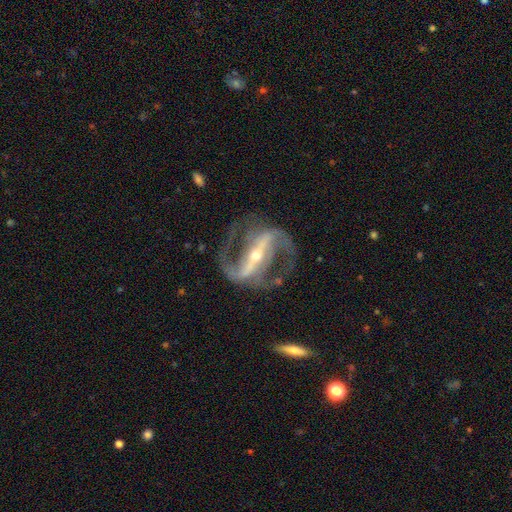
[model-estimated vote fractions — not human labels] Smooth or featured? featured or disk (93%)
Edge-on disk? no (94%)
Bar? strong (82%)
Spiral arms? yes (97%)
Spiral winding? medium (54%)
Spiral arm count? 2 (93%)
Bulge size? small (64%)
Merging? none (75%)